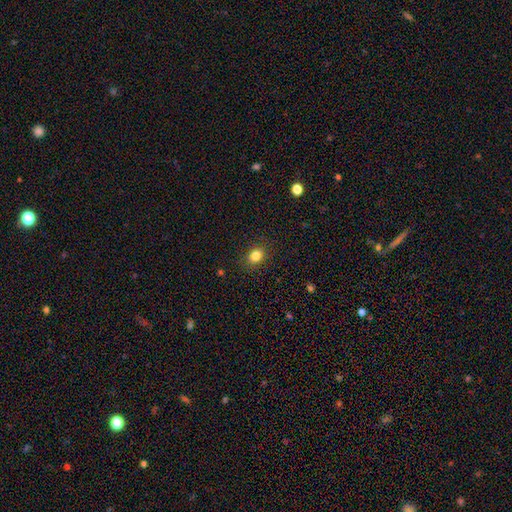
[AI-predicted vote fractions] Smooth or featured? smooth (82%)
How rounded? round (58%)
Merging? none (88%)